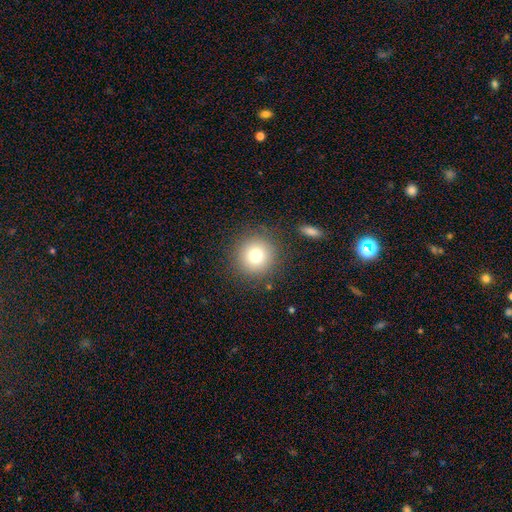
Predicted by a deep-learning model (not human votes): Smooth or featured?
  - smooth: 76% *
  - star or artifact: 13%
  - featured or disk: 11%
How rounded?
  - round: 94% *
  - in between: 5%
  - cigar-shaped: 1%
Merging?
  - none: 87% *
  - minor disturbance: 8%
  - major disturbance: 3%
  - merger: 2%